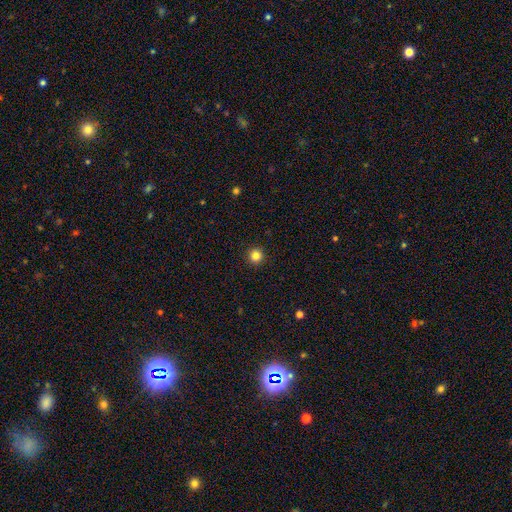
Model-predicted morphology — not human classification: This appears to be a smooth galaxy with no disk features (83%) that is round (96%). Merging: none (93%).